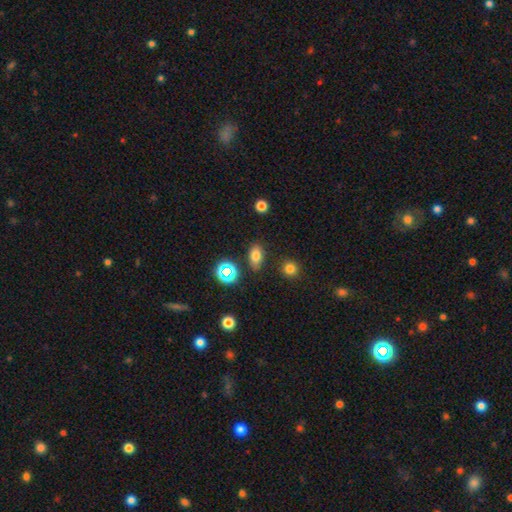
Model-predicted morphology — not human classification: type=smooth (73%); roundness=in between (84%); merging=none (82%).